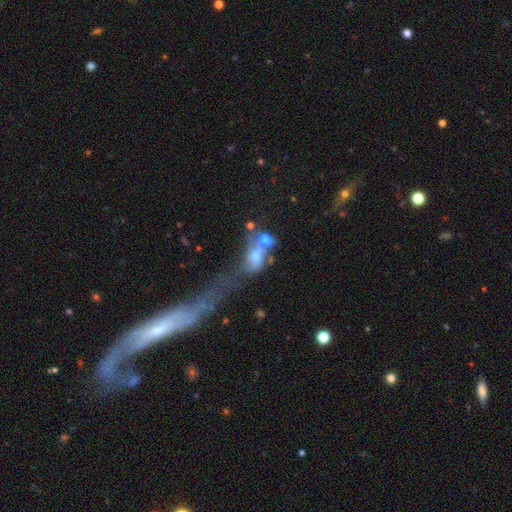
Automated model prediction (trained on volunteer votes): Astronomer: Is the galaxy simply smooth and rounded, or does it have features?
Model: smooth — 48% (runner-up: featured or disk, 36%).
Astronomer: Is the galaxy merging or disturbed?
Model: merger — 55%.